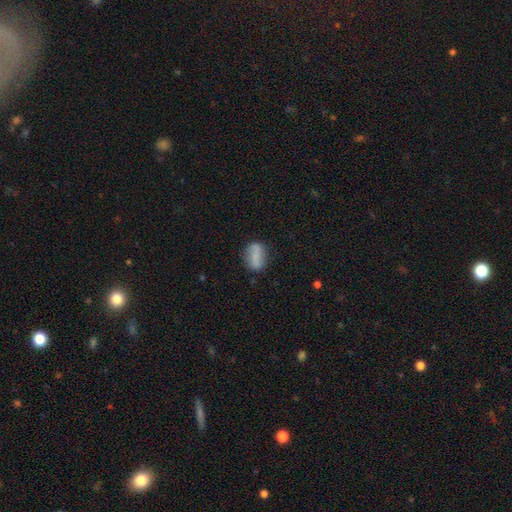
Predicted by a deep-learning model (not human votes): The model was most divided on "merging": none: 68%, minor disturbance: 21%, major disturbance: 7%, merger: 4%. More confident: how rounded — in between (78%); smooth or featured — smooth (70%).